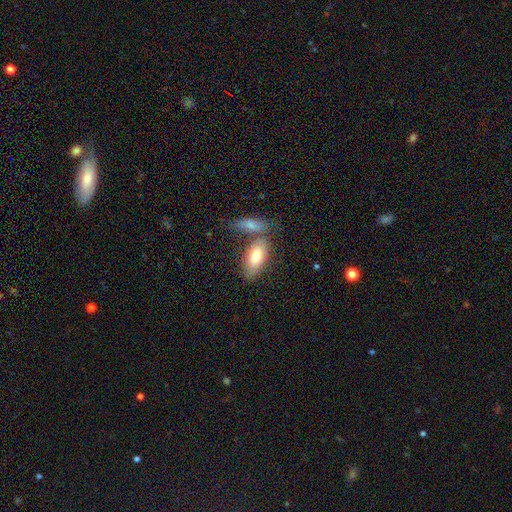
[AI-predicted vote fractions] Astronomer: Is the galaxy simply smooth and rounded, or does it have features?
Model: smooth — 77%.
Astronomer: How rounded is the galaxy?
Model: in between — 84%.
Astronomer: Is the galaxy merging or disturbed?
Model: none — 52% (runner-up: merger, 31%).